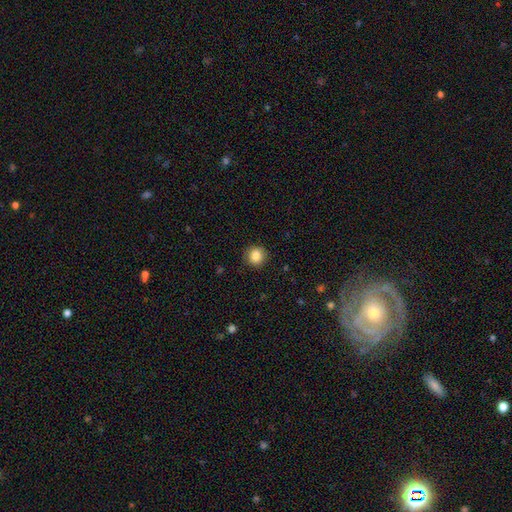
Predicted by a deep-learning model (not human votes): A smooth galaxy with no disk features (85%) that is round (91%).

Vote fractions:
- Smooth or featured? smooth: 85% / star or artifact: 10% / featured or disk: 5%
- How rounded? round: 91% / in between: 8% / cigar-shaped: 1%
- Merging? none: 90% / minor disturbance: 7% / major disturbance: 2% / merger: 1%